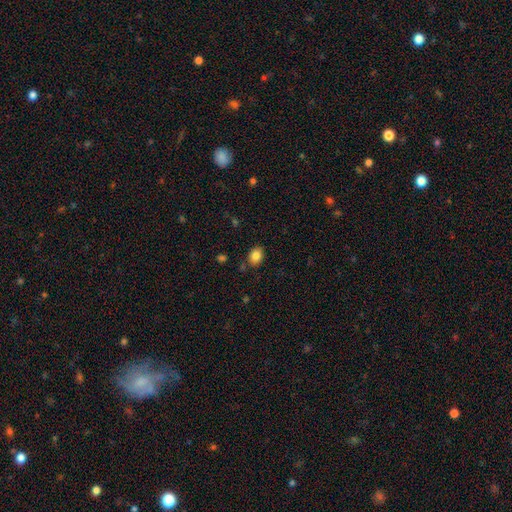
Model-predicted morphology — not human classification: Smooth or featured? smooth (85%)
How rounded? in between (74%)
Merging? none (83%)